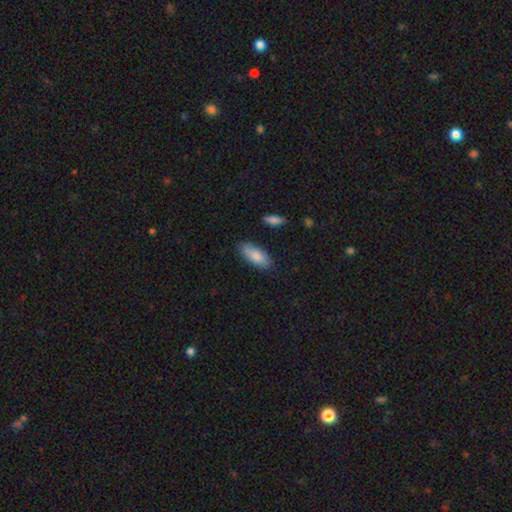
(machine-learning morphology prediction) smooth-or-featured: smooth: 84% | featured or disk: 11% | star or artifact: 6%
  how-rounded: in between: 80% | cigar-shaped: 18% | round: 2%
  merging: none: 82% | minor disturbance: 13% | major disturbance: 2% | merger: 2%